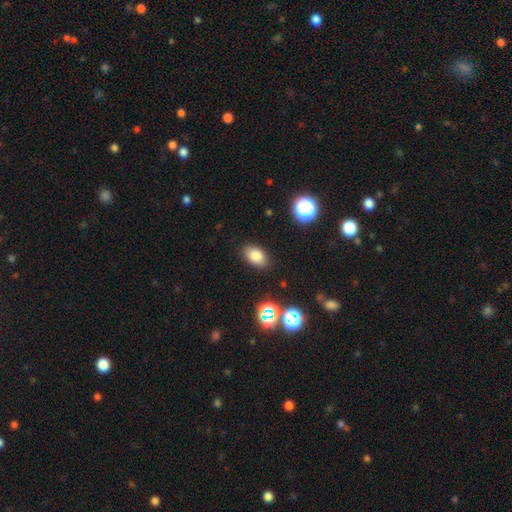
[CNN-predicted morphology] The model was most divided on "smooth or featured": smooth: 82%, star or artifact: 11%, featured or disk: 7%. More confident: how rounded — in between (88%); merging — none (85%).